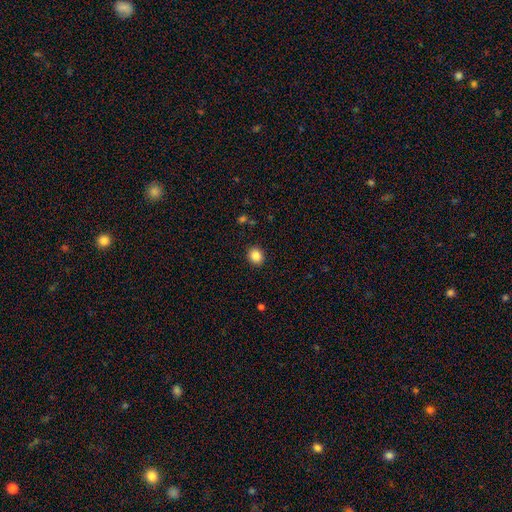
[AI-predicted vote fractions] Smooth or featured? smooth (85%)
How rounded? round (71%)
Merging? none (90%)